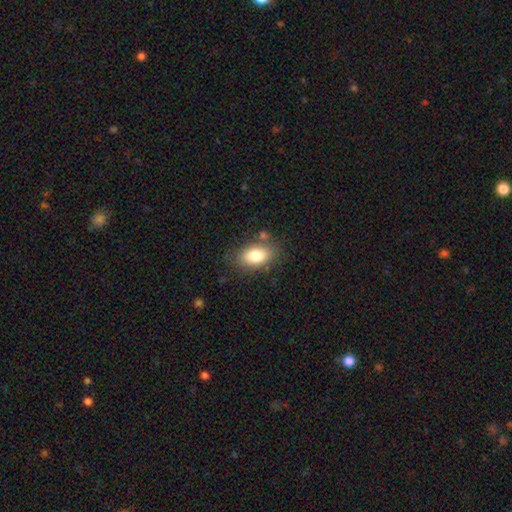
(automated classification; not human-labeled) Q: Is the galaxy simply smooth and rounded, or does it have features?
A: smooth — 81%.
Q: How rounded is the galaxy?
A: in between — 90%.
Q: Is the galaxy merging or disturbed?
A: none — 76%.